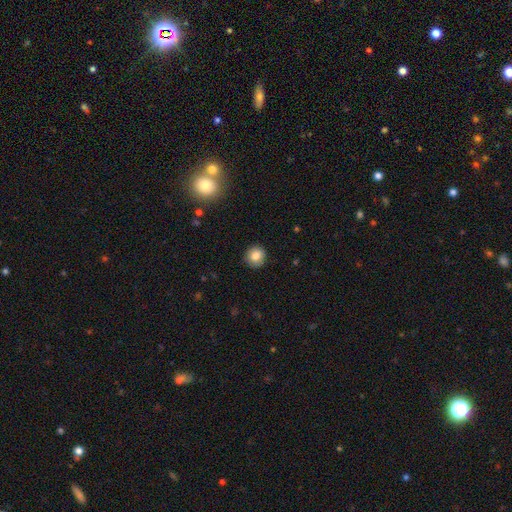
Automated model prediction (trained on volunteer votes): The model was most divided on "smooth or featured": smooth: 84%, star or artifact: 9%, featured or disk: 7%. More confident: how rounded — round (90%); merging — none (90%).